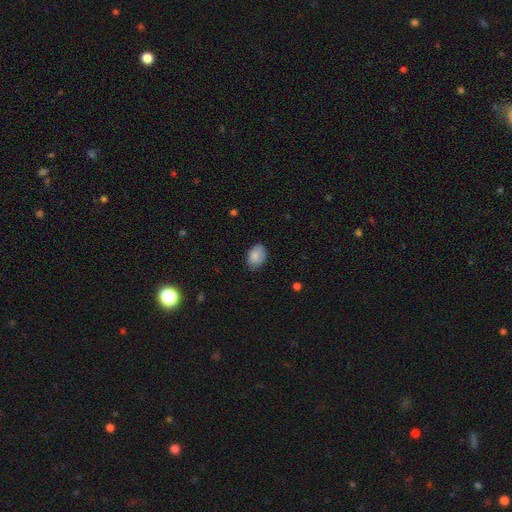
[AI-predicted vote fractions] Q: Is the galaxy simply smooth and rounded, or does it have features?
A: smooth — 86%.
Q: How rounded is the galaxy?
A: in between — 79%.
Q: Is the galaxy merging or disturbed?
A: none — 79%.